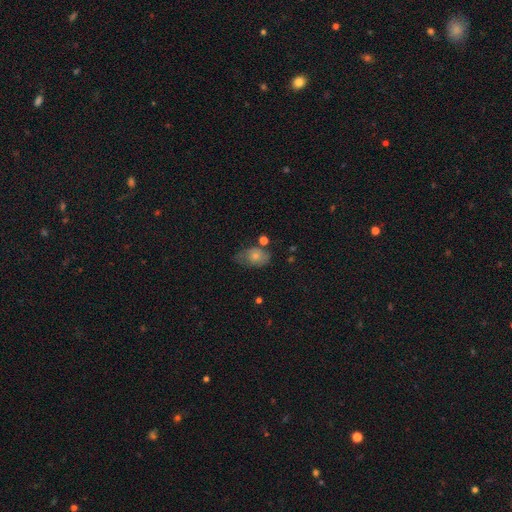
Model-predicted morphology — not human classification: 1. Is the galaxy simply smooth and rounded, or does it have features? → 70% smooth, 21% featured or disk, 9% star or artifact.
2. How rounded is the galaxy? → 77% in between, 21% round, 2% cigar-shaped.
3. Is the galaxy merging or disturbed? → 46% none, 32% minor disturbance, 14% major disturbance, 8% merger.